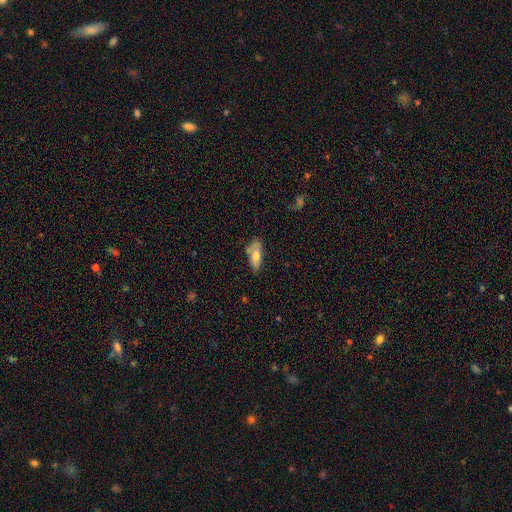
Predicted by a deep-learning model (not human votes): The model was most divided on "merging": none: 57%, minor disturbance: 29%, major disturbance: 8%, merger: 6%. More confident: how rounded — in between (76%); smooth or featured — smooth (73%).